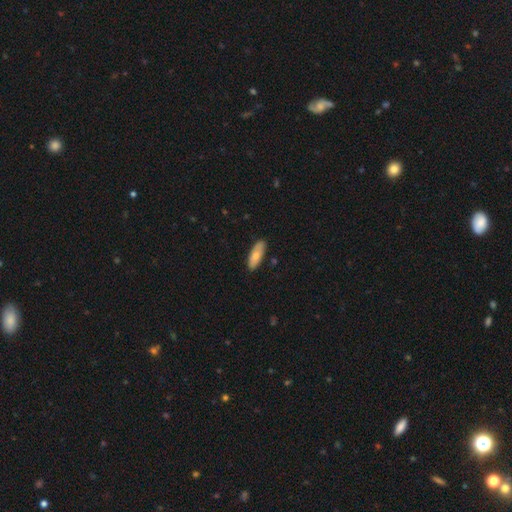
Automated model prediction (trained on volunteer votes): Overall: smooth (71%). How rounded: in between (72%). Merging: none (83%).